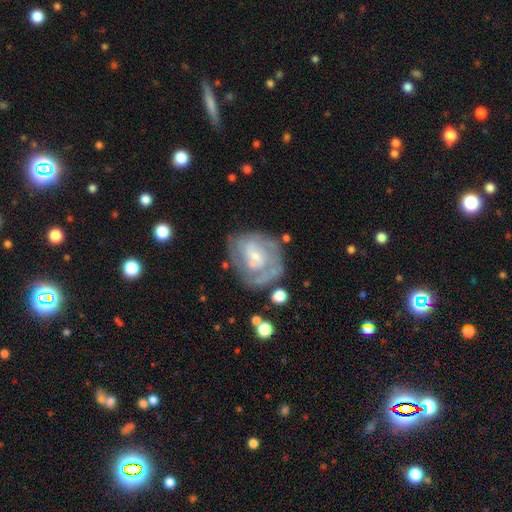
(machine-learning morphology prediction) A featured or disk galaxy (76%) with no bar (46%), tight (56%) spiral arms (84%) and a small central bulge (61%). Merging: none (60%).